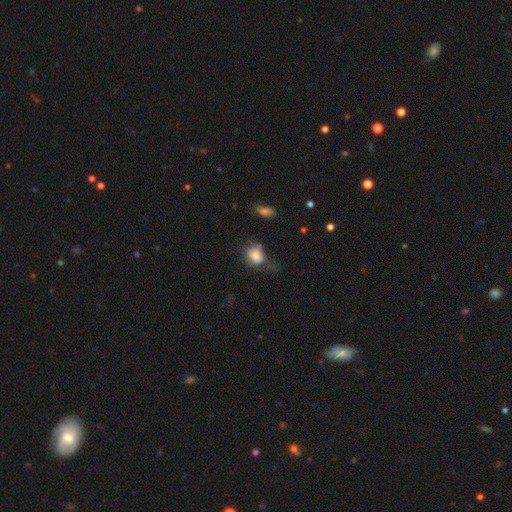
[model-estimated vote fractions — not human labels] Smooth or featured?
  - smooth: 76% *
  - featured or disk: 14%
  - star or artifact: 10%
How rounded?
  - in between: 55% *
  - round: 43%
  - cigar-shaped: 1%
Merging?
  - none: 33% *
  - major disturbance: 30%
  - minor disturbance: 30%
  - merger: 7%